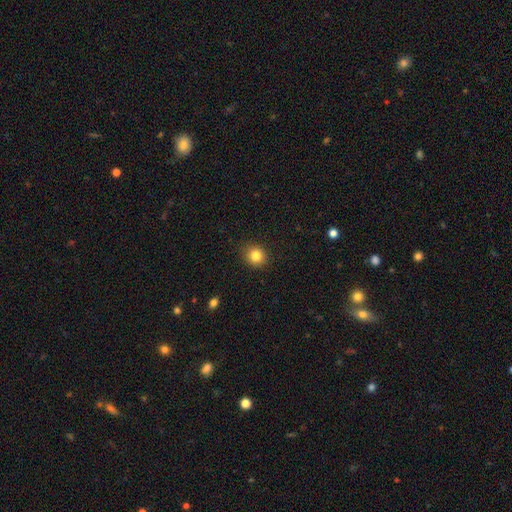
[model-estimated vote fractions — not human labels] The model was most divided on "how rounded": round: 79%, in between: 20%, cigar-shaped: 1%. More confident: merging — none (89%); smooth or featured — smooth (84%).